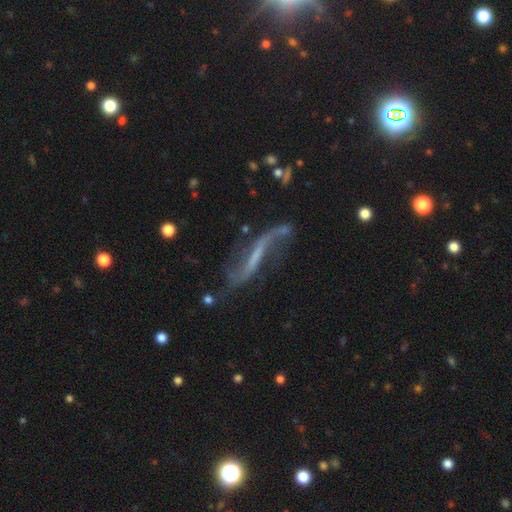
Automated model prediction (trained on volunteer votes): smooth-or-featured: featured or disk: 77% | smooth: 14% | star or artifact: 9%
  disk-edge-on: no: 73% | yes: 27%
    bar: strong: 46% | weak: 31% | no: 23%
    has-spiral-arms: yes: 85% | no: 15%
    bulge-size: none: 55% | small: 31% | moderate: 12% | large: 2% | dominant: 1%
  merging: none: 53% | minor disturbance: 22% | major disturbance: 18% | merger: 7%